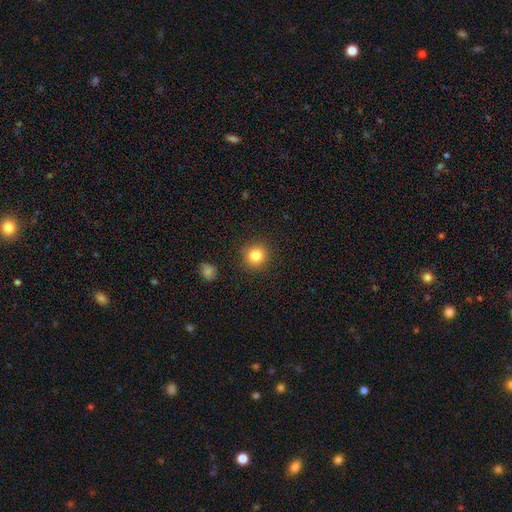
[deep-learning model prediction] smooth_or_featured: smooth (p=0.83) [alt: star or artifact p=0.11]
how_rounded: round (p=0.91) [alt: in between p=0.08]
merging: none (p=0.88) [alt: minor disturbance p=0.08]